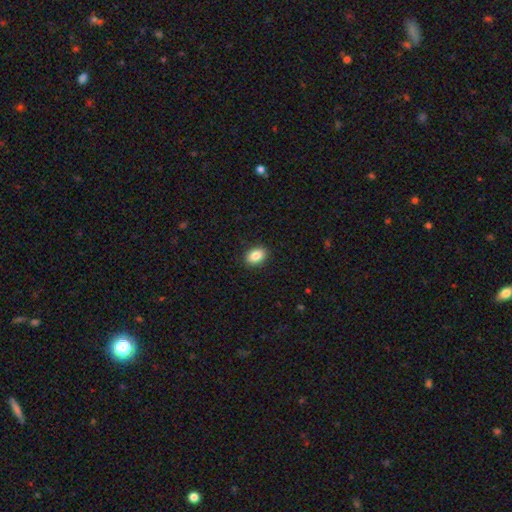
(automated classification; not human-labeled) smooth_or_featured: smooth (p=0.87) [alt: star or artifact p=0.08]
how_rounded: in between (p=0.82) [alt: round p=0.16]
merging: none (p=0.90) [alt: minor disturbance p=0.07]